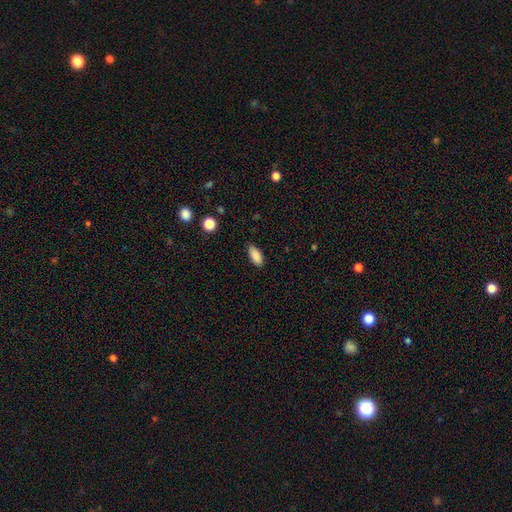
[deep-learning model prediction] Morphology: type=smooth (88%); roundness=in between (86%); merging=none (86%).